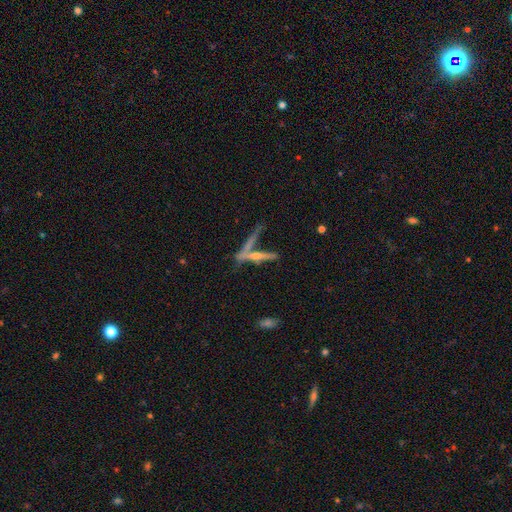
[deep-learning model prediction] Overall: featured or disk (43%; star or artifact 31%). Merging: none (45%; merger 28%).